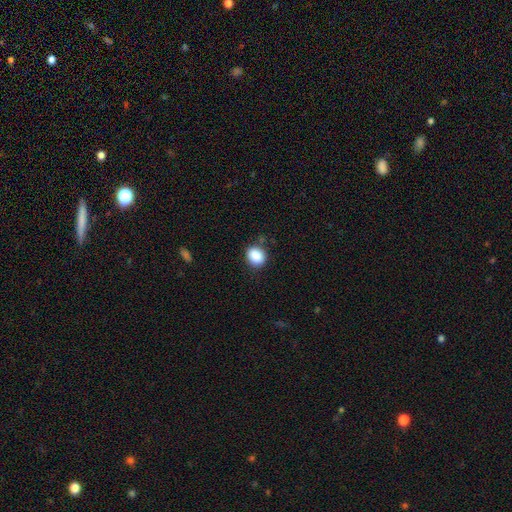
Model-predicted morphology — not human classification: Q: Smooth or featured?
A: smooth (88%); runner-up: star or artifact (9%)
Q: How rounded?
A: round (64%); runner-up: in between (35%)
Q: Merging?
A: none (81%); runner-up: minor disturbance (13%)